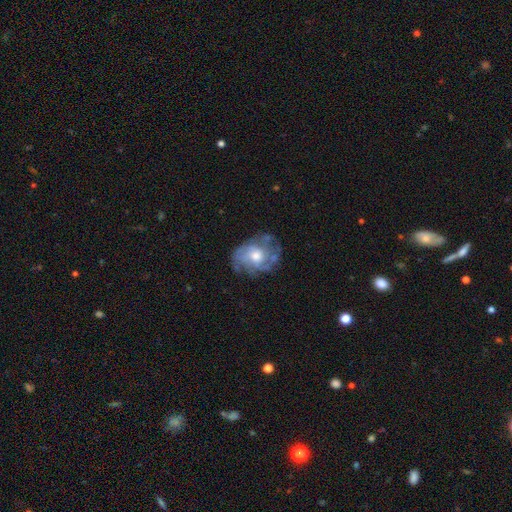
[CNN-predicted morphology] smooth_or_featured: featured or disk (p=0.72) [alt: smooth p=0.21]
disk_edge_on: no (p=0.97) [alt: yes p=0.03]
bar: no (p=0.80) [alt: weak p=0.17]
has_spiral_arms: yes (p=0.74) [alt: no p=0.26]
spiral_winding: tight (p=0.47) [alt: medium p=0.36]
spiral_arm_count: can't tell (p=0.51) [alt: 3 p=0.15]
bulge_size: moderate (p=0.67) [alt: small p=0.15]
merging: none (p=0.63) [alt: minor disturbance p=0.22]